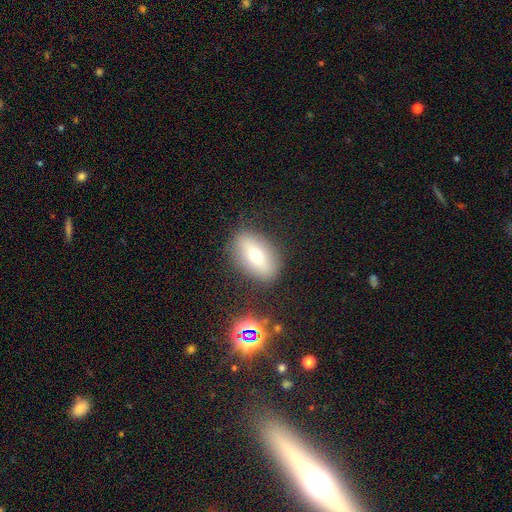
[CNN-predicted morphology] Smooth or featured? smooth (60%)
How rounded? in between (82%)
Merging? none (83%)